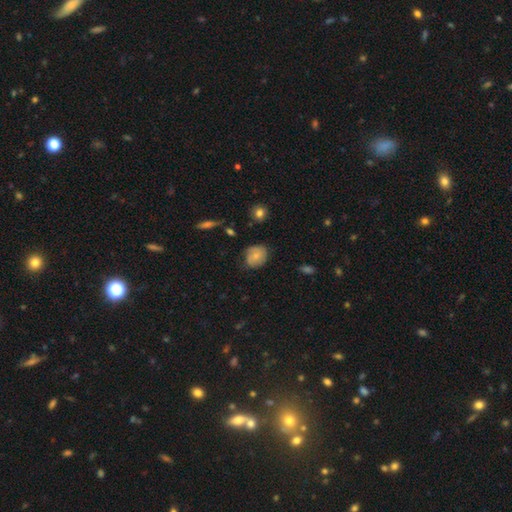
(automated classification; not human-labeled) smooth_or_featured: smooth (p=0.61) [alt: featured or disk p=0.31]
how_rounded: round (p=0.57) [alt: in between p=0.41]
merging: none (p=0.66) [alt: minor disturbance p=0.26]